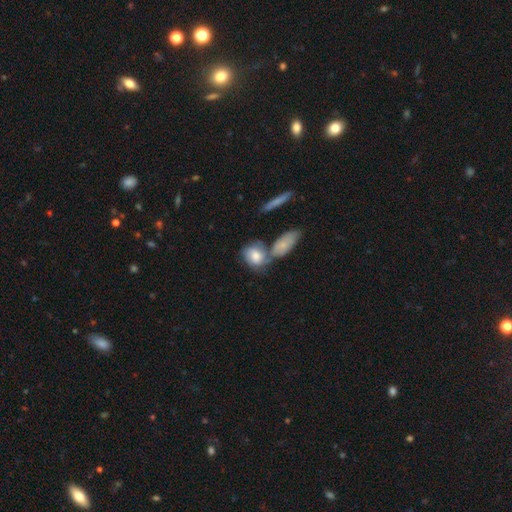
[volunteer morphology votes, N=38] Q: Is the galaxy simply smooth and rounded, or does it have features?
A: featured or disk — 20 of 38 (53%).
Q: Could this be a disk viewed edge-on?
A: no — 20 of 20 (100%).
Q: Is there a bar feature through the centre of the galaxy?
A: no — 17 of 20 (85%).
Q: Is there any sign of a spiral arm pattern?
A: yes — 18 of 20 (90%).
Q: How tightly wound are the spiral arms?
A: medium — 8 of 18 (44%).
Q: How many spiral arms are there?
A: can't tell — 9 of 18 (50%).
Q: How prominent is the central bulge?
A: moderate — 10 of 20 (50%).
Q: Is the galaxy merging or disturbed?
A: merger — 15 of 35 (43%).